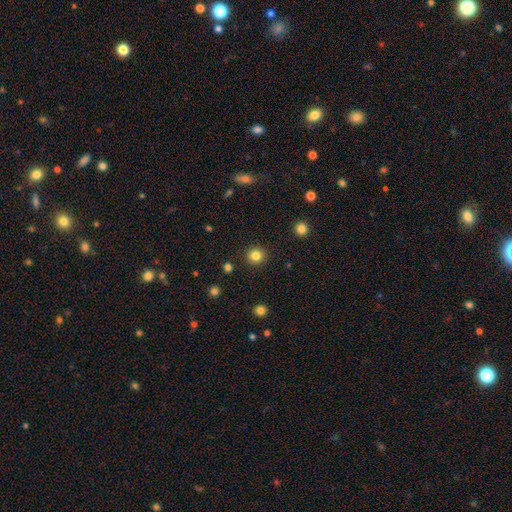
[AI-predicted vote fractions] smooth-or-featured: smooth: 83% | star or artifact: 12% | featured or disk: 5%
  how-rounded: round: 92% | in between: 7% | cigar-shaped: 1%
  merging: none: 91% | minor disturbance: 5% | major disturbance: 2% | merger: 1%